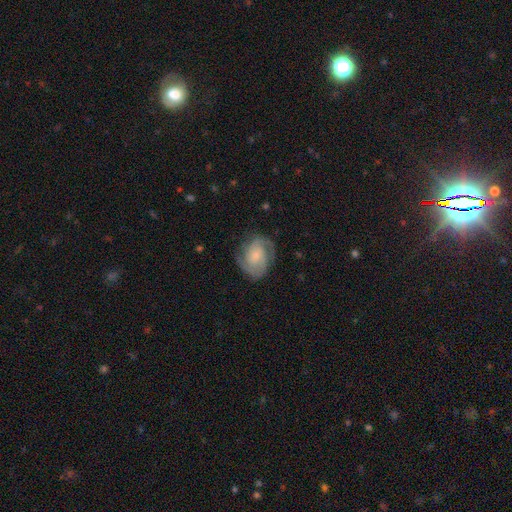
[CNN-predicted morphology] smooth-or-featured: featured or disk: 78% | smooth: 16% | star or artifact: 6%
  disk-edge-on: no: 98% | yes: 2%
    bar: no: 61% | weak: 33% | strong: 7%
    has-spiral-arms: yes: 95% | no: 5%
      spiral-winding: tight: 44% (tied) | medium: 44% (tied) | loose: 13%
      spiral-arm-count: 2: 66% | 3: 14% | can't tell: 12% | 1: 3% | 4: 3% | more than 4: 3%
    bulge-size: small: 56% | moderate: 28% | none: 10% | large: 5% | dominant: 2%
  merging: none: 74% | minor disturbance: 17% | major disturbance: 8% | merger: 1%